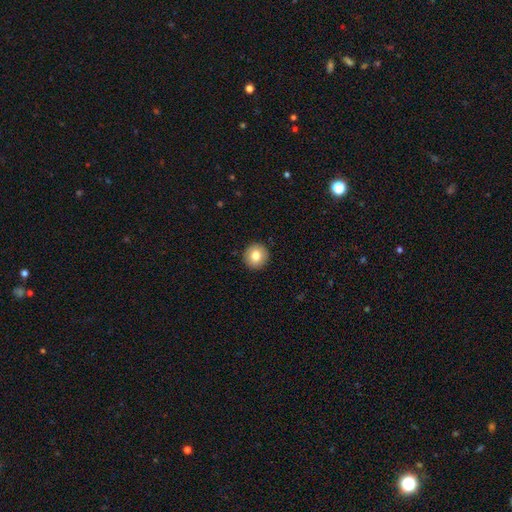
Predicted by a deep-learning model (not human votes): smooth-or-featured: smooth: 82% | featured or disk: 10% | star or artifact: 8%
  how-rounded: round: 94% | in between: 5% | cigar-shaped: 1%
  merging: none: 93% | minor disturbance: 5% | major disturbance: 2% | merger: 1%